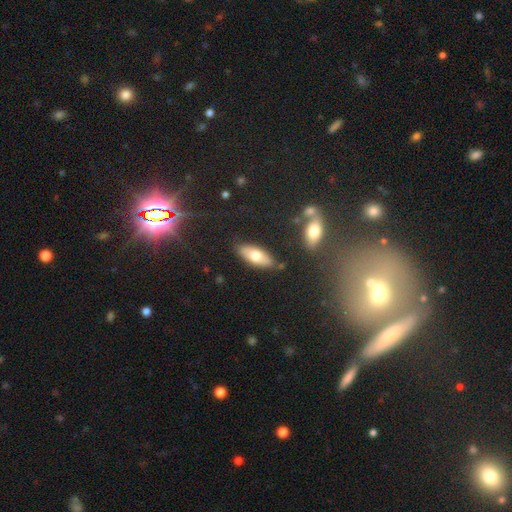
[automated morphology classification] A smooth galaxy with no disk features (70%) that is in between round and cigar-shaped (76%).

Vote fractions:
- Smooth or featured? smooth: 70% / featured or disk: 23% / star or artifact: 7%
- How rounded? in between: 76% / cigar-shaped: 21% / round: 2%
- Merging? none: 81% / minor disturbance: 12% / merger: 3% / major disturbance: 3%